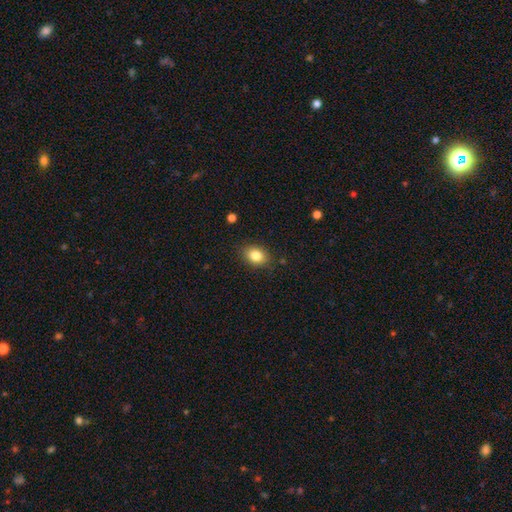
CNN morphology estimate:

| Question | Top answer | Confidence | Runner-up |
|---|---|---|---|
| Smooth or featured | smooth | 83% | star or artifact (9%) |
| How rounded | in between | 64% | round (35%) |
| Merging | none | 84% | minor disturbance (12%) |